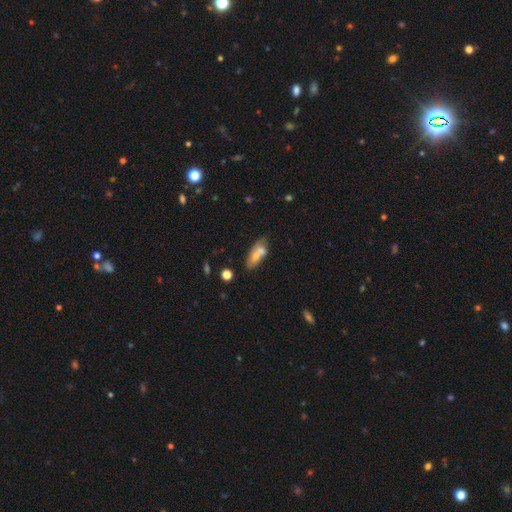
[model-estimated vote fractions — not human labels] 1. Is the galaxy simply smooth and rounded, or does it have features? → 64% smooth, 28% featured or disk, 8% star or artifact.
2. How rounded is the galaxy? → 74% in between, 21% cigar-shaped, 5% round.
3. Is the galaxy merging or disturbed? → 40% merger, 36% none, 16% minor disturbance, 8% major disturbance.